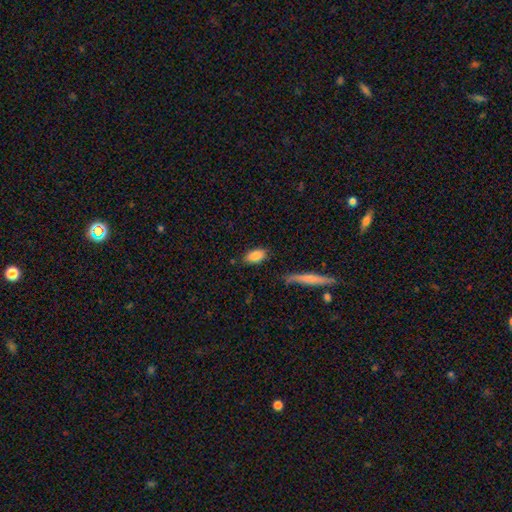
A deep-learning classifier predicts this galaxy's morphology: smooth_or_featured: smooth (p=0.87) [alt: star or artifact p=0.07]
how_rounded: in between (p=0.91) [alt: cigar-shaped p=0.05]
merging: none (p=0.80) [alt: minor disturbance p=0.13]